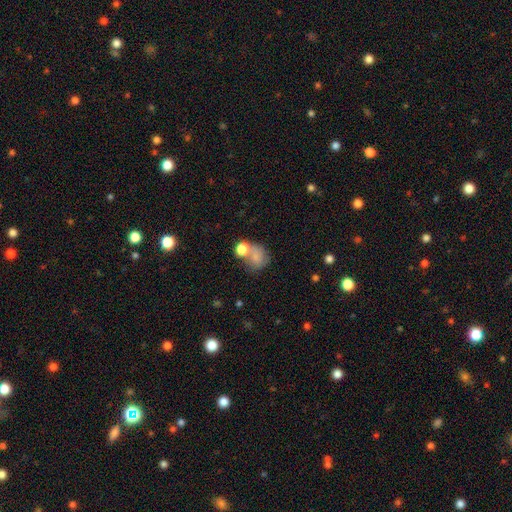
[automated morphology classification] This appears to be a smooth galaxy with no disk features (74%) that is round (67%). Merging: none (38%).